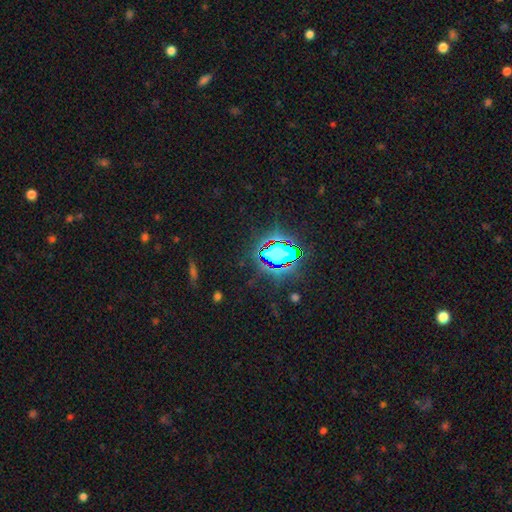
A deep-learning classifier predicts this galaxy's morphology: Smooth or featured: star or artifact — 77% (smooth — 14%)